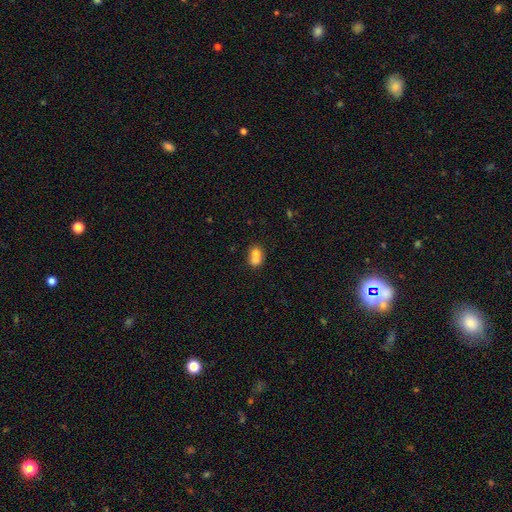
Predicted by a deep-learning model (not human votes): Smooth or featured? Predicted: smooth (p=0.71). How rounded? Predicted: round (p=0.49, tied with in between). Merging? Predicted: merger (p=0.61).